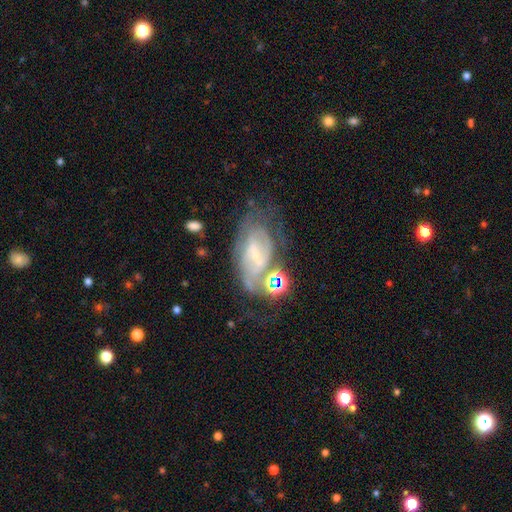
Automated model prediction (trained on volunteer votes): This is likely a featured or disk galaxy (72%). It is clearly not viewed edge-on (94%). Bar: possibly weak (45%). Spiral arm pattern: likely yes (77%). Spiral arm count: possibly can't tell (46%). Spiral winding: possibly tight (48%). Central bulge: likely small (64%). Merging: marginally none (41%).